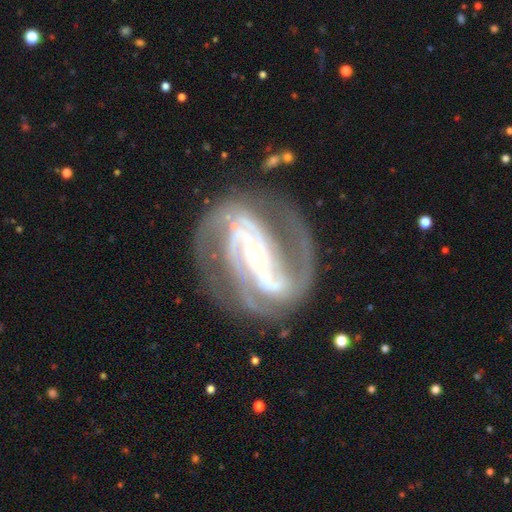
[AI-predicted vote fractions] A featured or disk galaxy (92%) with a strong bar (51%), 2 (40%) medium (48%) spiral arms (98%) and a small central bulge (72%). Merging: none (69%).